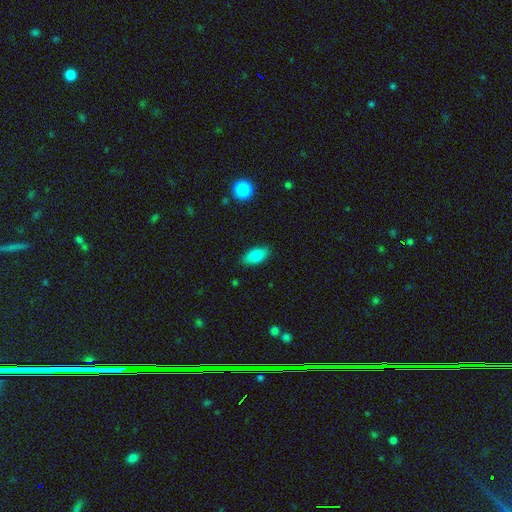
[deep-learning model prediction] The model was most divided on "smooth or featured": smooth: 82%, featured or disk: 10%, star or artifact: 7%. More confident: how rounded — in between (89%); merging — none (87%).